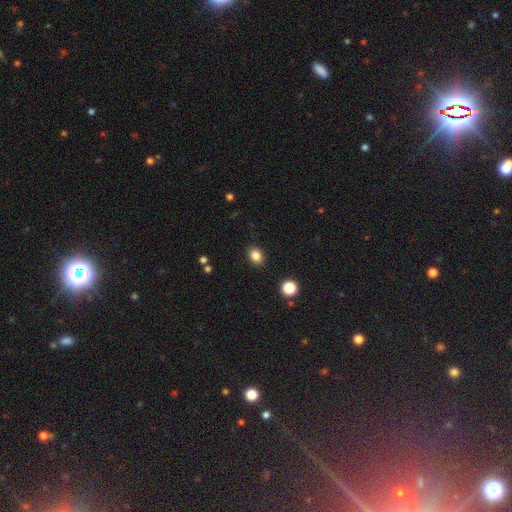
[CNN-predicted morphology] This is clearly a smooth galaxy (85%). How rounded: likely in between (62%). Merging: clearly none (88%).